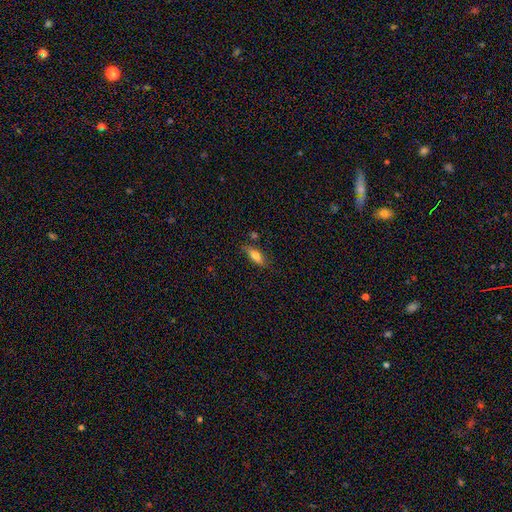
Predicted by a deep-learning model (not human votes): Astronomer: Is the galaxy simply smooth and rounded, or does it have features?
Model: smooth — 71%.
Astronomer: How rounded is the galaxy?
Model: in between — 60% (runner-up: cigar-shaped, 37%).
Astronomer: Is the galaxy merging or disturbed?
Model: none — 74%.